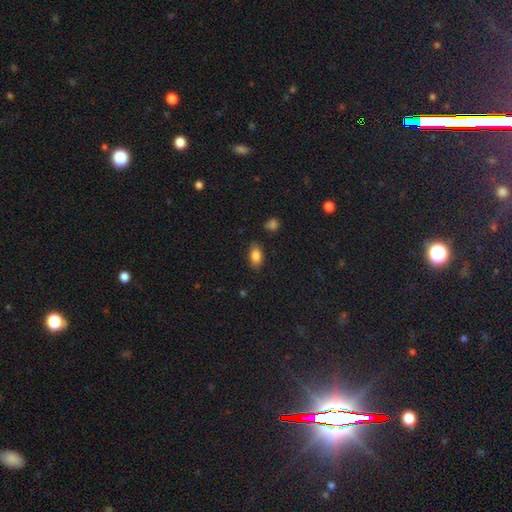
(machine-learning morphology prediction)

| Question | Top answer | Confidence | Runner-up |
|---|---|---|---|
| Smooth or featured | smooth | 84% | star or artifact (8%) |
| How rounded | in between | 89% | round (7%) |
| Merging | none | 83% | minor disturbance (12%) |